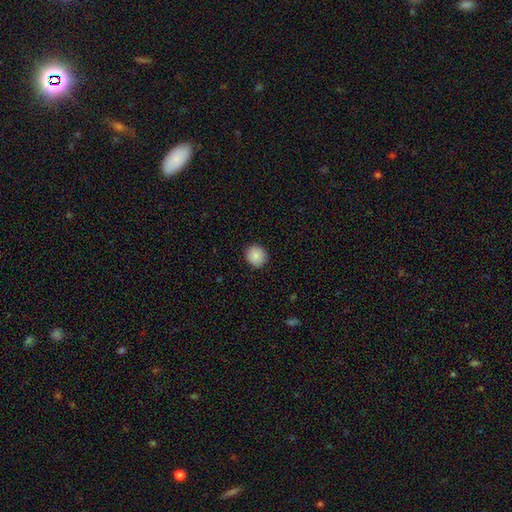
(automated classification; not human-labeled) This is clearly a smooth galaxy (88%). How rounded: clearly round (89%). Merging: clearly none (91%).